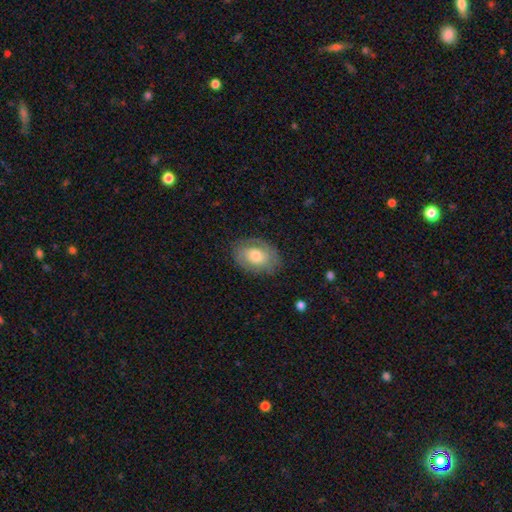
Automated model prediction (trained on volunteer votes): Smooth or featured: smooth — 59% (featured or disk — 35%)
How rounded: in between — 83% (round — 16%)
Merging: none — 75% (minor disturbance — 18%)